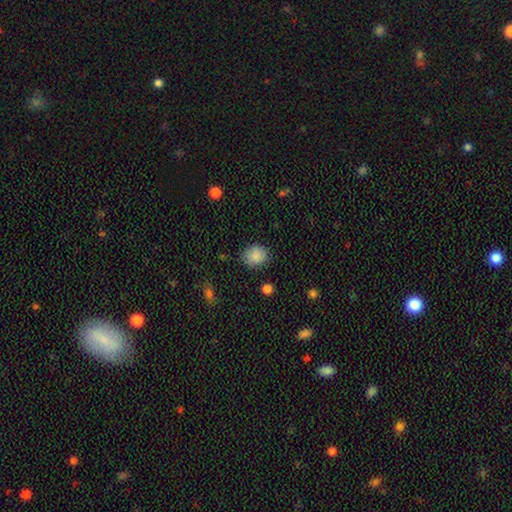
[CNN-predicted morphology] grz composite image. It shows a smooth galaxy with no disk features (87%) that is round (54%). Merging: none (81%).